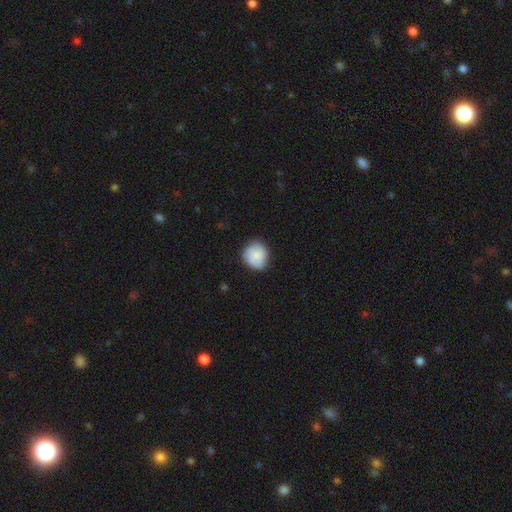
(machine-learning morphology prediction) Q: Smooth or featured?
A: smooth (82%); runner-up: featured or disk (12%)
Q: How rounded?
A: round (83%); runner-up: in between (16%)
Q: Merging?
A: none (75%); runner-up: minor disturbance (20%)